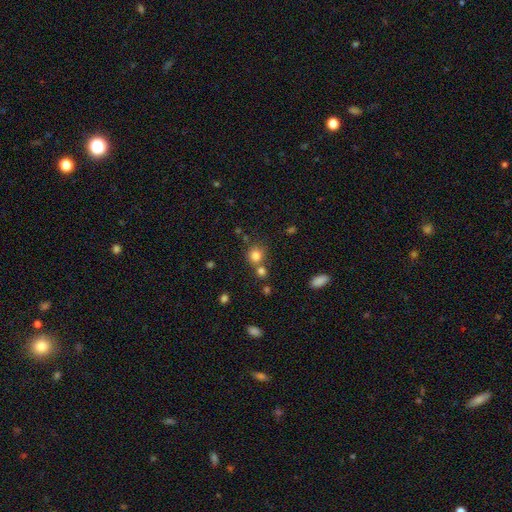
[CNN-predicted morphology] This appears to be a smooth galaxy with no disk features (80%) that is round (85%). Merging: none (62%).